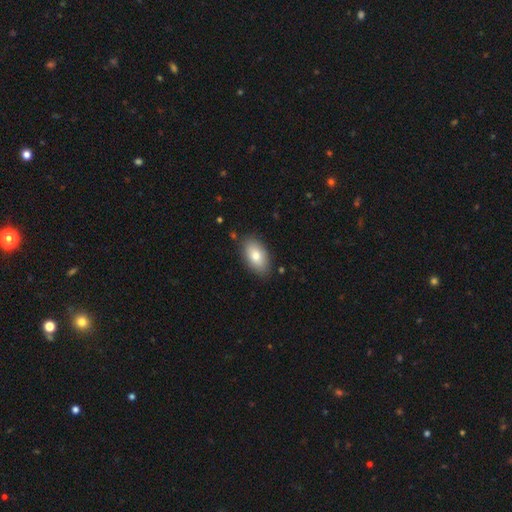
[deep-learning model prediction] This appears to be a smooth galaxy with no disk features (79%) that is in between round and cigar-shaped (93%). Merging: none (85%).